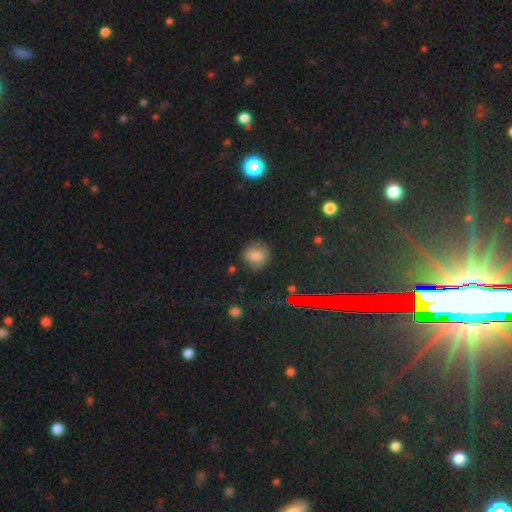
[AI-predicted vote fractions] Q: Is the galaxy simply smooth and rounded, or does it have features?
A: smooth — 72%.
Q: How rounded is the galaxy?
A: round — 85%.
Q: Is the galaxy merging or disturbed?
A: none — 77%.